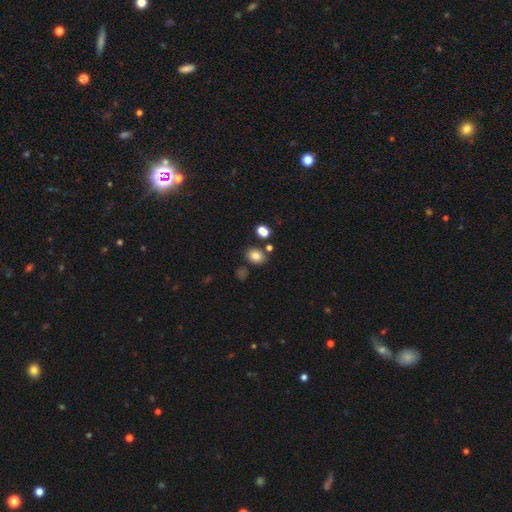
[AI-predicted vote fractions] A smooth galaxy with no disk features (80%) that is in between round and cigar-shaped (53%).

Vote fractions:
- Smooth or featured? smooth: 80% / star or artifact: 12% / featured or disk: 7%
- How rounded? in between: 53% / round: 46% / cigar-shaped: 1%
- Merging? none: 76% / minor disturbance: 11% / merger: 9% / major disturbance: 3%